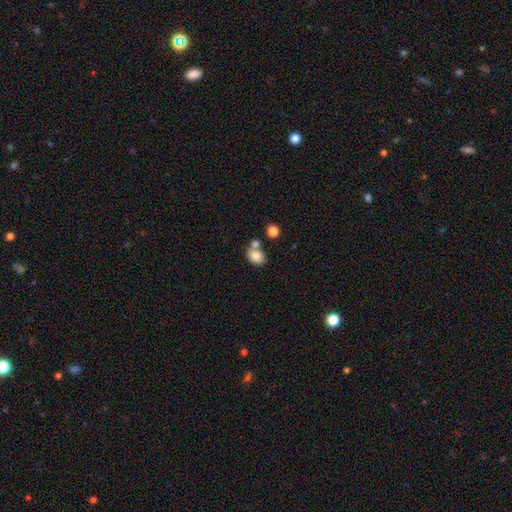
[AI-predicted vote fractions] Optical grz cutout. It shows a smooth galaxy with no disk features (81%) that is in between round and cigar-shaped (64%). Merging: none (48%).